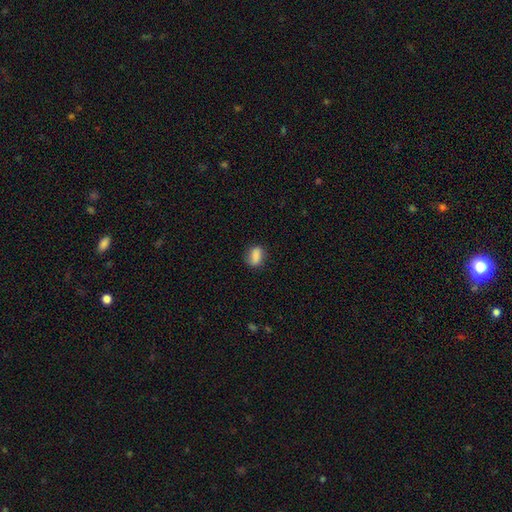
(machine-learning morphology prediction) smooth-or-featured: smooth: 81% | featured or disk: 10% | star or artifact: 9%
  how-rounded: in between: 74% | round: 21% | cigar-shaped: 5%
  merging: none: 73% | minor disturbance: 20% | major disturbance: 6% | merger: 2%